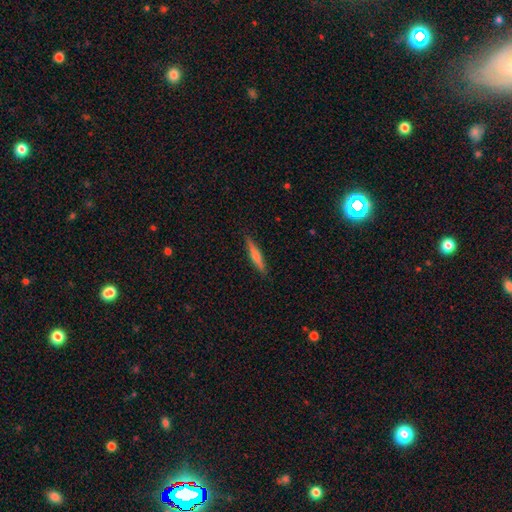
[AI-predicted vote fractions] smooth-or-featured: featured or disk: 49% | smooth: 43% | star or artifact: 7%
  merging: none: 90% | minor disturbance: 8% | major disturbance: 2% | merger: 1%